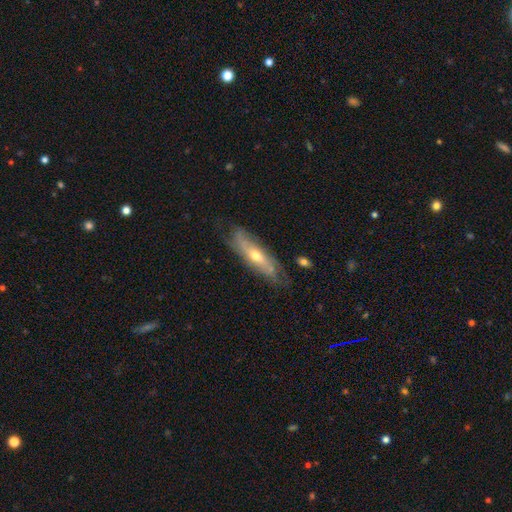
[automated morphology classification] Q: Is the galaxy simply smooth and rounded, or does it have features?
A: featured or disk — 66%.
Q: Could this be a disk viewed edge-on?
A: yes — 51%.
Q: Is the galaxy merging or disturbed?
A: none — 74%.